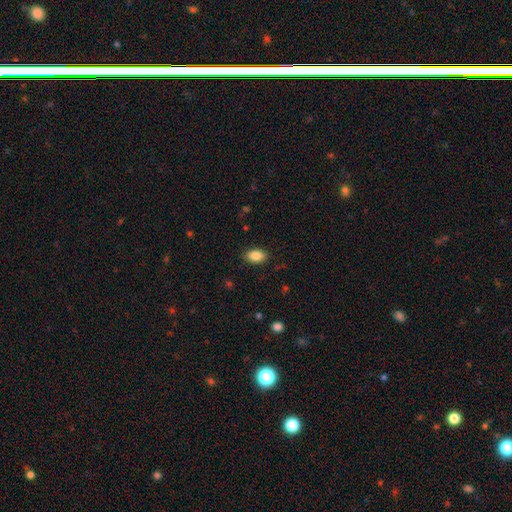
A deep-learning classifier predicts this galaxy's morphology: Smooth or featured? smooth (86%)
How rounded? in between (88%)
Merging? none (88%)